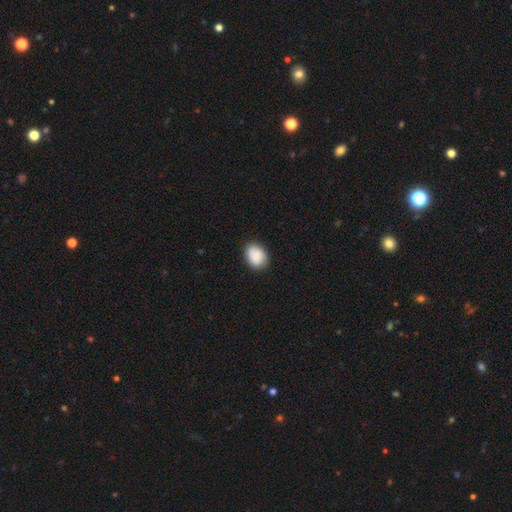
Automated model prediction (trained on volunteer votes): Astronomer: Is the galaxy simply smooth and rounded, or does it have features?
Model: smooth — 83%.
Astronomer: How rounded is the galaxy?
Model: in between — 66%.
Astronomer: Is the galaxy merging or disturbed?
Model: none — 83%.